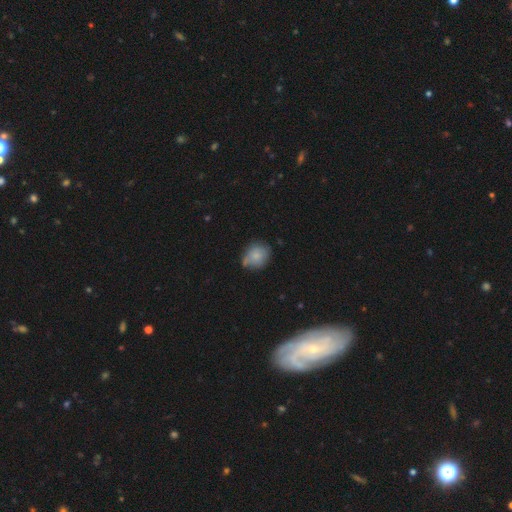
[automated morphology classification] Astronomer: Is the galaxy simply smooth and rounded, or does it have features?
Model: smooth — 77%.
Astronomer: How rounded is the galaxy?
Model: round — 65%.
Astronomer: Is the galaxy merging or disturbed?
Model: none — 59%.